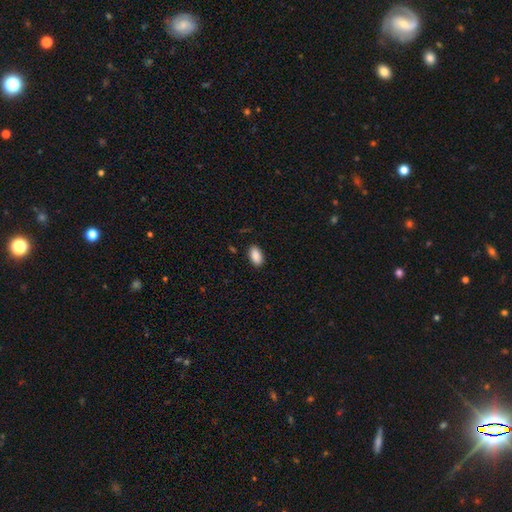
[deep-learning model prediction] smooth-or-featured: smooth: 90% | star or artifact: 7% | featured or disk: 3%
  how-rounded: in between: 94% | round: 3% | cigar-shaped: 3%
  merging: none: 87% | minor disturbance: 9% | major disturbance: 2% | merger: 1%